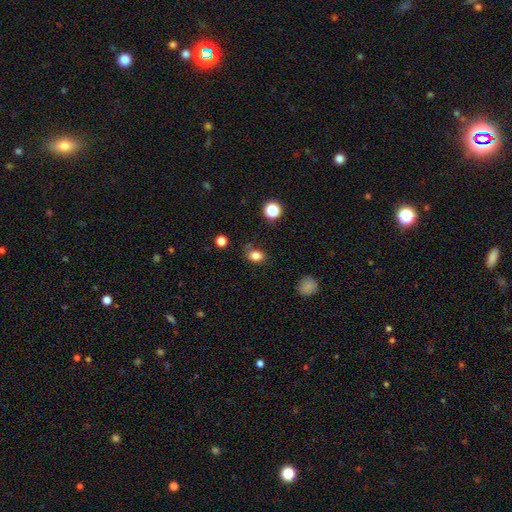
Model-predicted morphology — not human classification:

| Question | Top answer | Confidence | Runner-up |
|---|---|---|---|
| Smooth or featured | smooth | 83% | star or artifact (12%) |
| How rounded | in between | 68% | round (31%) |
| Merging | none | 73% | minor disturbance (18%) |